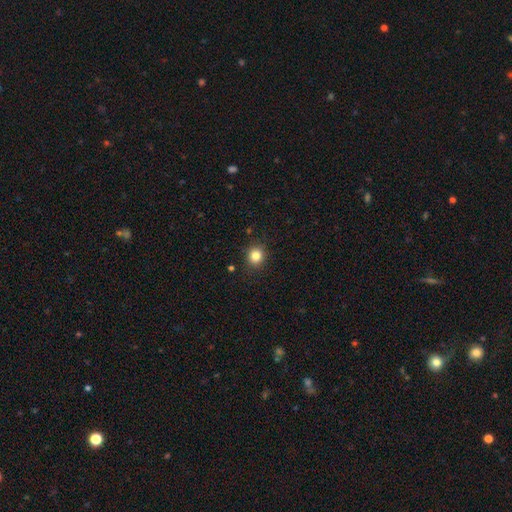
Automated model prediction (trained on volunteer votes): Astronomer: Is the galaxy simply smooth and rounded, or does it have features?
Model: smooth — 83%.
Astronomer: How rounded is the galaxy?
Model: round — 84%.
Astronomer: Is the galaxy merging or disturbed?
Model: none — 88%.